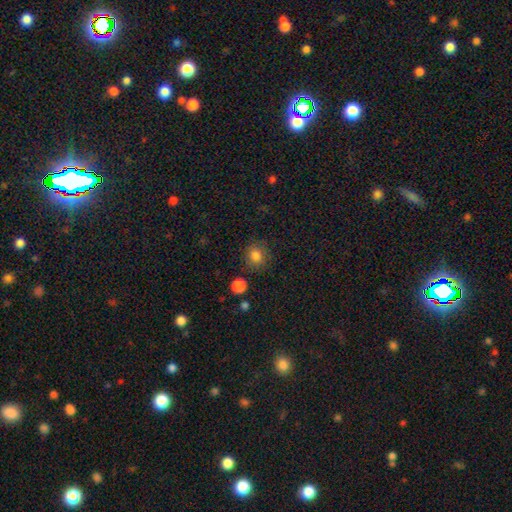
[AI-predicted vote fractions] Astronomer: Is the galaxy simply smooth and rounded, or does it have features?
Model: smooth — 83%.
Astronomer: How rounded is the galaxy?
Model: round — 83%.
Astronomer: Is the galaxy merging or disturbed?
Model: none — 80%.